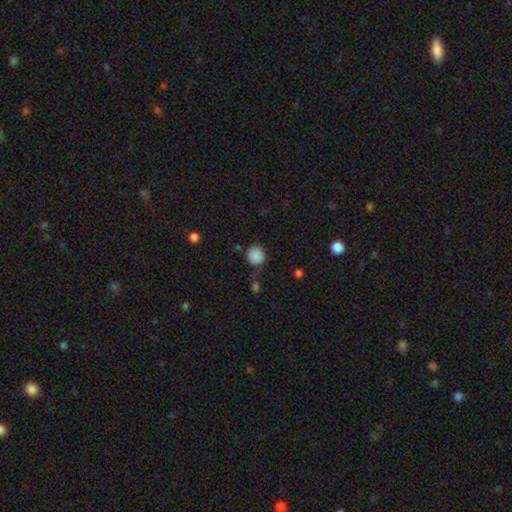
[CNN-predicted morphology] A smooth galaxy with no disk features (87%) that is round (90%).

Vote fractions:
- Smooth or featured? smooth: 87% / star or artifact: 9% / featured or disk: 3%
- How rounded? round: 90% / in between: 9% / cigar-shaped: 1%
- Merging? none: 74% / minor disturbance: 17% / major disturbance: 5% / merger: 4%